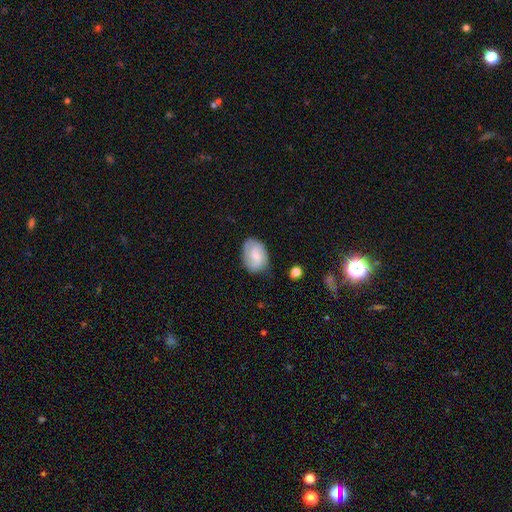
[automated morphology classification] Smooth or featured? Predicted: smooth (p=0.54). How rounded? Predicted: in between (p=0.80). Merging? Predicted: none (p=0.67).